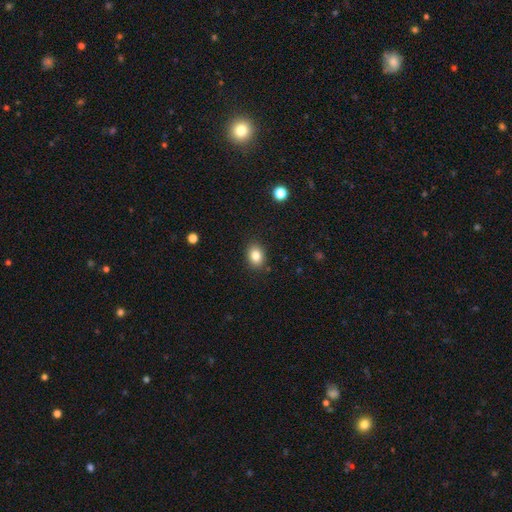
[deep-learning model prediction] A smooth galaxy with no disk features (83%) that is in between round and cigar-shaped (61%).

Vote fractions:
- Smooth or featured? smooth: 83% / star or artifact: 10% / featured or disk: 7%
- How rounded? in between: 61% / round: 39% / cigar-shaped: 1%
- Merging? none: 88% / minor disturbance: 8% / major disturbance: 2% / merger: 1%